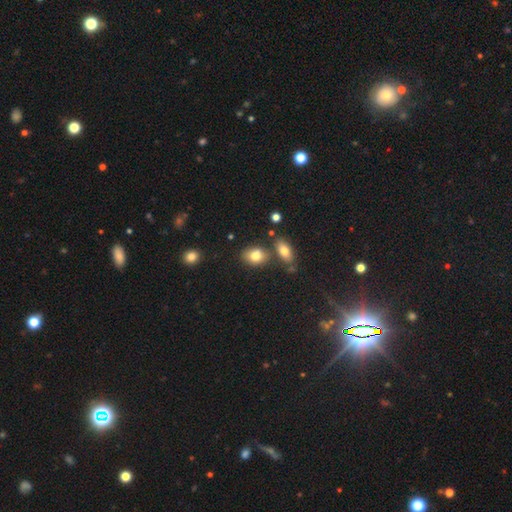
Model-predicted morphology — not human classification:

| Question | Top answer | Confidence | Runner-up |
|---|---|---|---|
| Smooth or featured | smooth | 81% | featured or disk (10%) |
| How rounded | in between | 70% | round (28%) |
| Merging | none | 66% | merger (17%) |